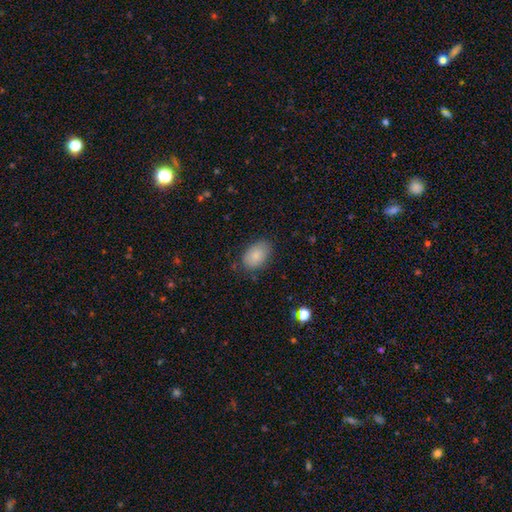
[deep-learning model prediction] smooth 84%, featured or disk 8%, star or artifact 8%. Down the decision tree: how rounded — in between (88%); merging — none (80%).